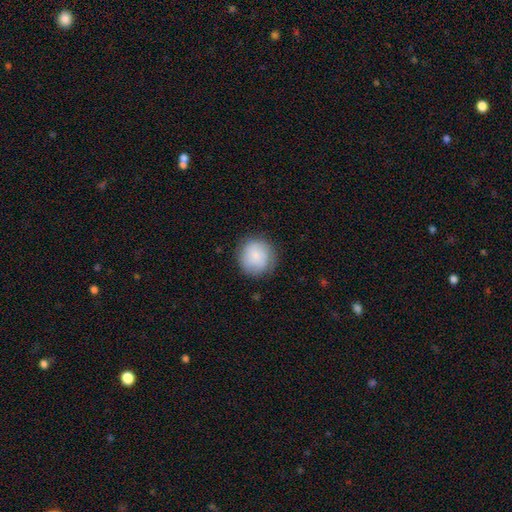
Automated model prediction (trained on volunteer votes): This appears to be a smooth galaxy with no disk features (78%) that is round (92%). Merging: none (80%).